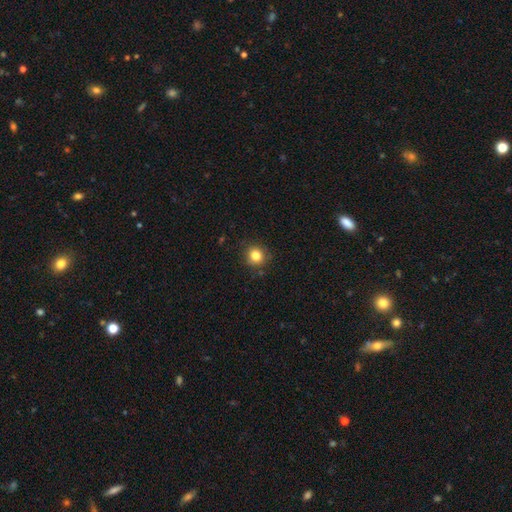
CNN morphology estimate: Smooth or featured: smooth — 83% (star or artifact — 12%)
How rounded: round — 89% (in between — 10%)
Merging: none — 88% (minor disturbance — 9%)